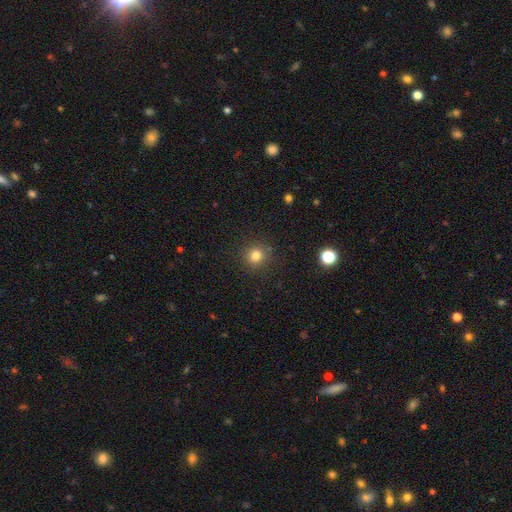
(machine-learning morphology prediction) smooth 81%, star or artifact 14%, featured or disk 6%. Down the decision tree: how rounded — round (92%); merging — none (88%).